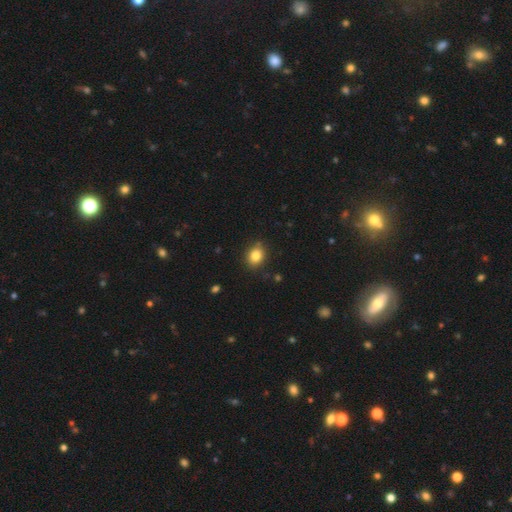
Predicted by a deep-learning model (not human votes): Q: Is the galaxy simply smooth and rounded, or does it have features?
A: smooth — 83%.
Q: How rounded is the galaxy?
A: round — 57%.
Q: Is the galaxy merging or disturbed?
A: none — 83%.